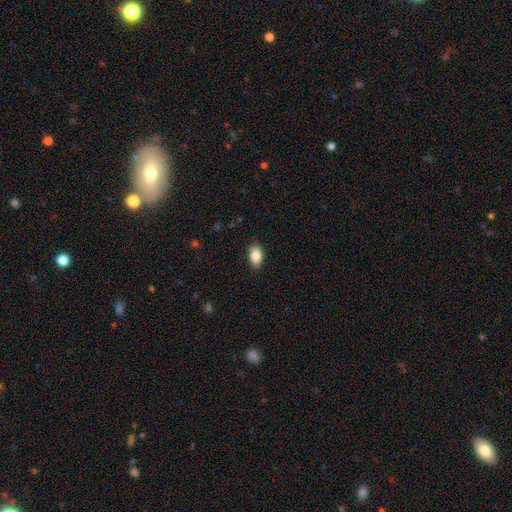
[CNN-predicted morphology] type=smooth (87%); roundness=in between (90%); merging=none (86%).